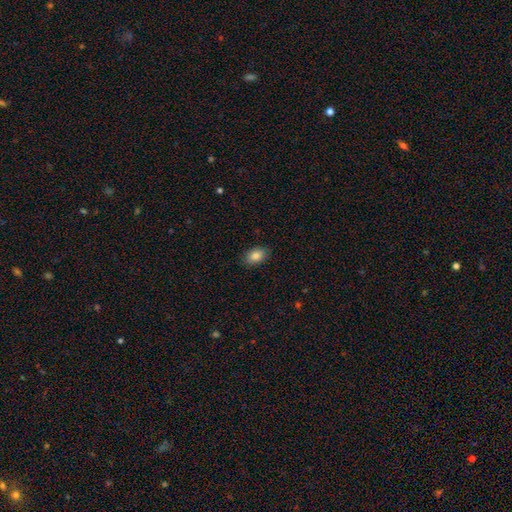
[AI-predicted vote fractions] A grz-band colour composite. It shows a smooth galaxy with no disk features (86%) that is in between round and cigar-shaped (83%). Merging: none (87%).